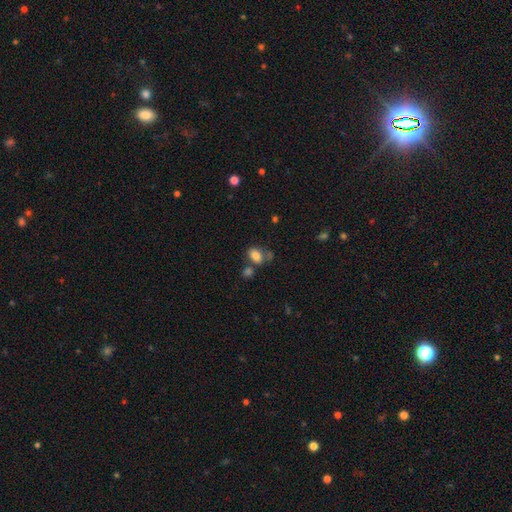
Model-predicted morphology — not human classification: This is clearly a smooth galaxy (81%). How rounded: clearly in between (82%). Merging: possibly none (53%).